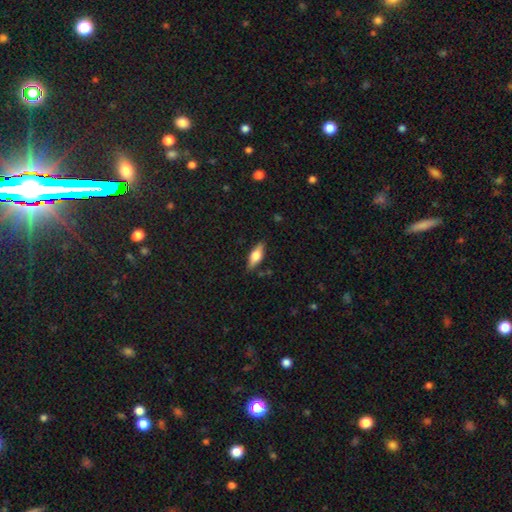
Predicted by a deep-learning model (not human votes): This appears to be a smooth galaxy with no disk features (53%) that is in between round and cigar-shaped (66%). Merging: none (84%).